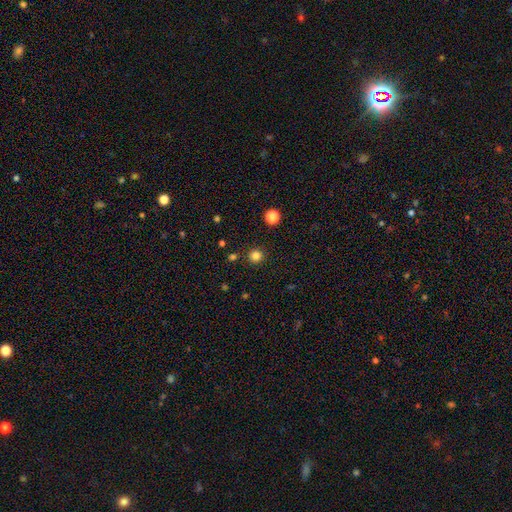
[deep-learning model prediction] This is clearly a smooth galaxy (83%). How rounded: clearly round (95%). Merging: clearly none (91%).